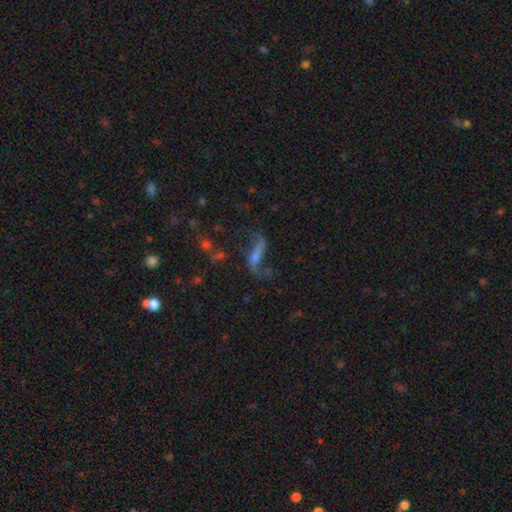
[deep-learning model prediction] A featured or disk galaxy (76%) with a weak bar (35%, tied with no), 2 (88%) loose (91%) spiral arms (89%) and a small central bulge (46%).

Vote fractions:
- Smooth or featured? featured or disk: 76% / smooth: 12% / star or artifact: 11%
- Edge-on disk? no: 89% / yes: 11%
- Bar? weak: 35% (tied) / no: 35% (tied) / strong: 29%
- Spiral arms? yes: 89% / no: 11%
- Spiral winding? loose: 91% / medium: 7% / tight: 2%
- Spiral arm count? 2: 88% / 1: 7% / can't tell: 2% / 3: 1% / 4: 1% / more than 4: 1%
- Bulge size? small: 46% / moderate: 26% / none: 22% / large: 4% / dominant: 2%
- Merging? none: 59% / major disturbance: 19% / minor disturbance: 16% / merger: 6%